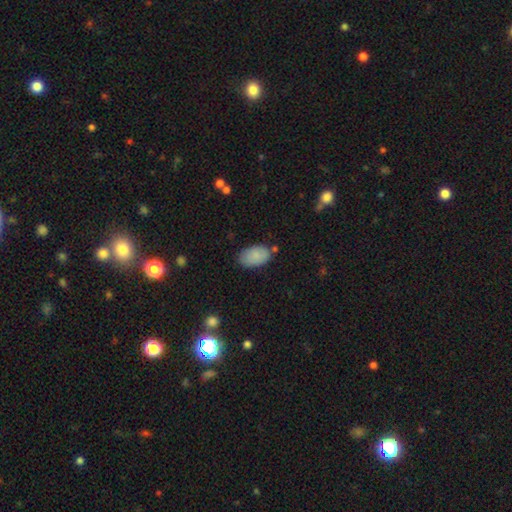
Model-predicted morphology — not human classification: smooth 86%, featured or disk 8%, star or artifact 7%. Down the decision tree: how rounded — in between (94%); merging — none (77%).